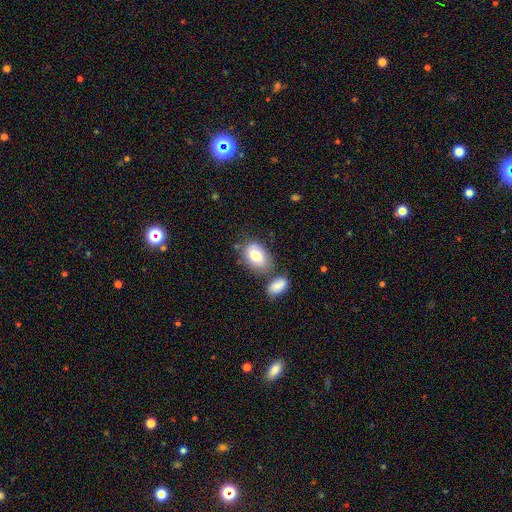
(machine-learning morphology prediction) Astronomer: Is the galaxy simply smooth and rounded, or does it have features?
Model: smooth — 75%.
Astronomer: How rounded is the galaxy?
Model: in between — 83%.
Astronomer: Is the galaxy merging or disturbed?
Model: none — 54%.